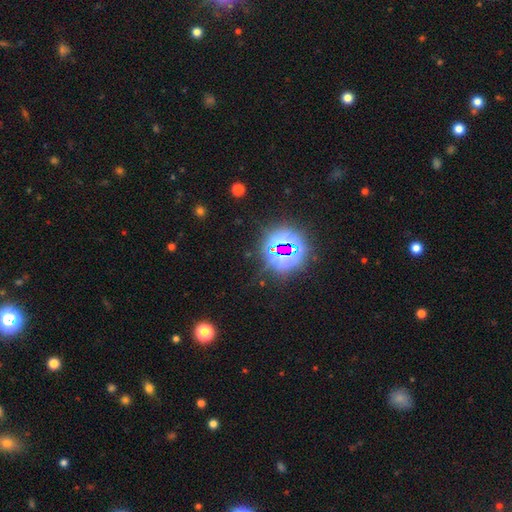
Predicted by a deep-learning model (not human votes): Overall: star or artifact (78%).